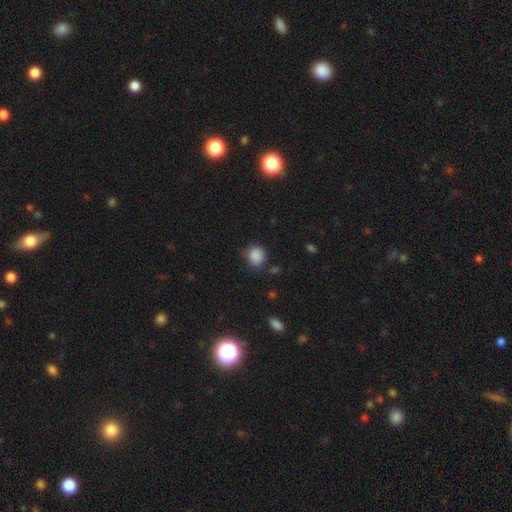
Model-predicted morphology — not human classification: Q: Smooth or featured?
A: smooth (87%); runner-up: star or artifact (10%)
Q: How rounded?
A: round (81%); runner-up: in between (18%)
Q: Merging?
A: none (75%); runner-up: minor disturbance (18%)